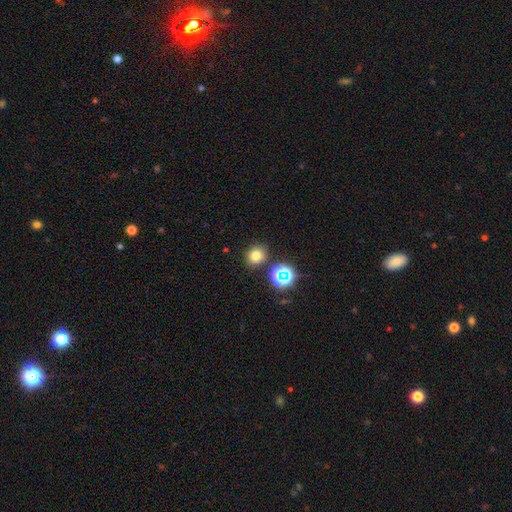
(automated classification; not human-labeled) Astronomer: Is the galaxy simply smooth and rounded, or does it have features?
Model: smooth — 72%.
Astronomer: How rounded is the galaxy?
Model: round — 77%.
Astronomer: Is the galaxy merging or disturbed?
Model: none — 82%.